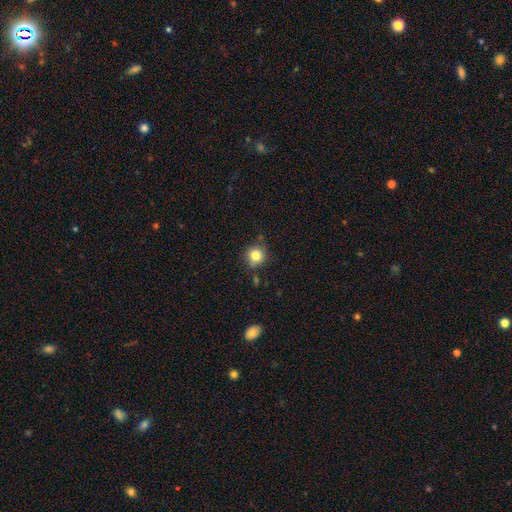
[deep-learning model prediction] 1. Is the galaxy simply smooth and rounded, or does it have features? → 81% smooth, 11% star or artifact, 7% featured or disk.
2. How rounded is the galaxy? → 89% round, 10% in between, 1% cigar-shaped.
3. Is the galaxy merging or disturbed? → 80% none, 13% minor disturbance, 4% merger, 3% major disturbance.